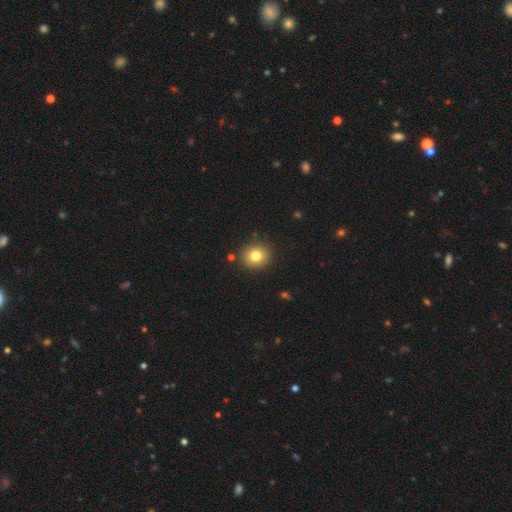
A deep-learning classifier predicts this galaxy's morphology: Smooth or featured? smooth (79%)
How rounded? round (82%)
Merging? none (88%)